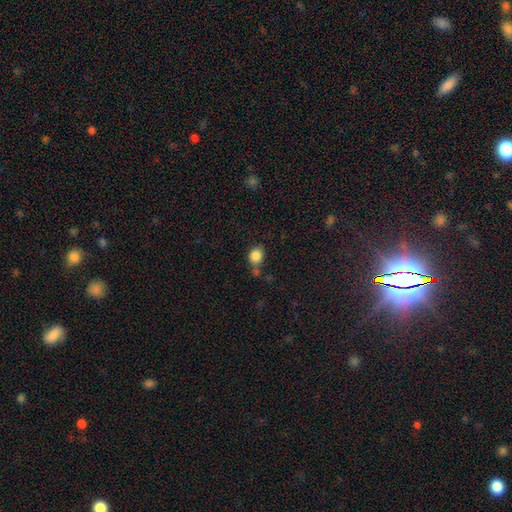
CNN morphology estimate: This is clearly a smooth galaxy (86%). How rounded: possibly round (57%). Merging: likely none (60%).